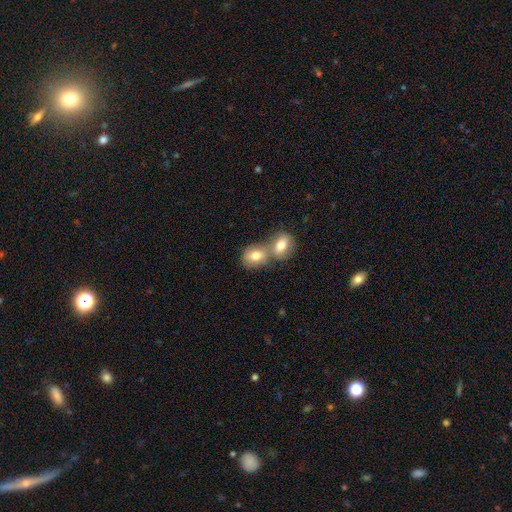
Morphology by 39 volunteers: Q: Smooth or featured?
A: smooth (77%); runner-up: featured or disk (21%)
Q: How rounded?
A: round (57%); runner-up: in between (40%)
Q: Merging?
A: merger (74%); runner-up: none (24%)